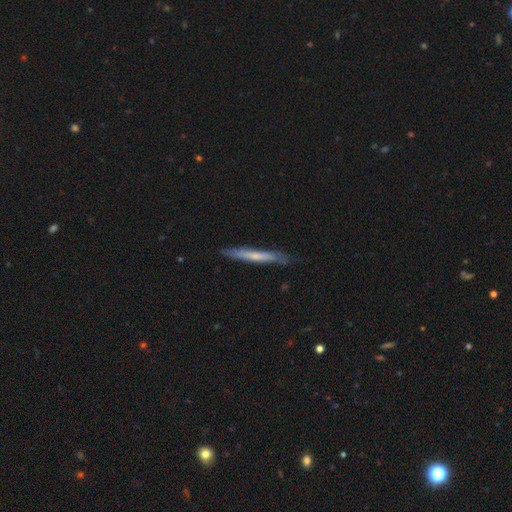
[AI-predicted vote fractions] smooth-or-featured: smooth: 51% | featured or disk: 43% | star or artifact: 5%
  how-rounded: cigar-shaped: 96% | in between: 3% | round: 1%
  merging: none: 81% | minor disturbance: 16% | major disturbance: 2% | merger: 1%